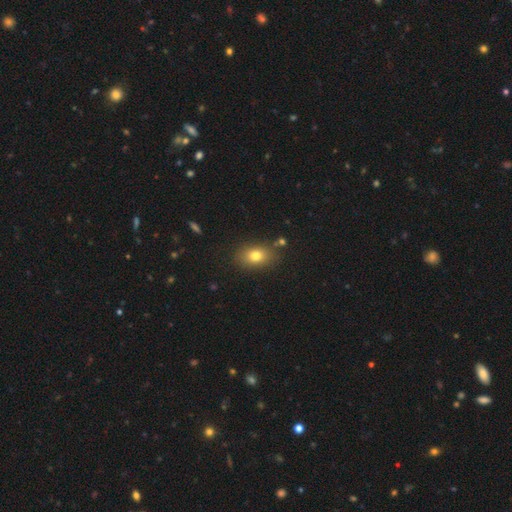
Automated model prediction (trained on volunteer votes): Q: Smooth or featured?
A: smooth (78%); runner-up: star or artifact (11%)
Q: How rounded?
A: in between (75%); runner-up: round (23%)
Q: Merging?
A: none (82%); runner-up: minor disturbance (11%)